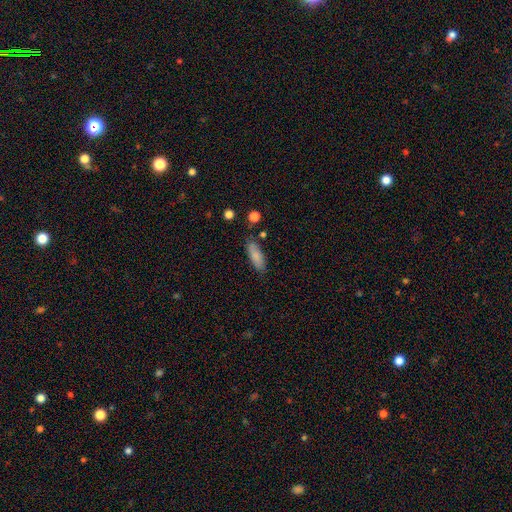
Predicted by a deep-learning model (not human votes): Morphology: type=smooth (83%); roundness=in between (65%); merging=none (80%).